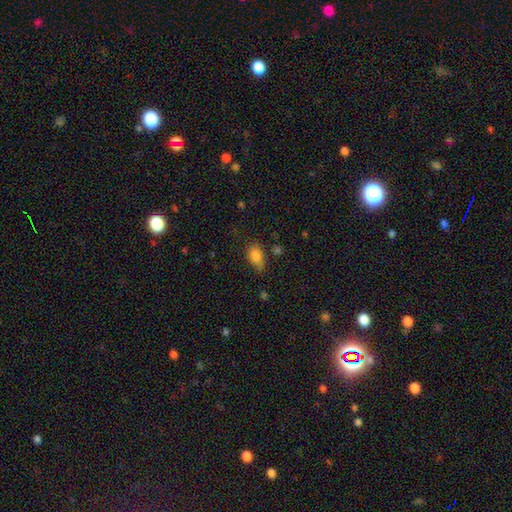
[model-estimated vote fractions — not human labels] This appears to be a smooth galaxy with no disk features (83%) that is in between round and cigar-shaped (81%). Merging: none (56%).